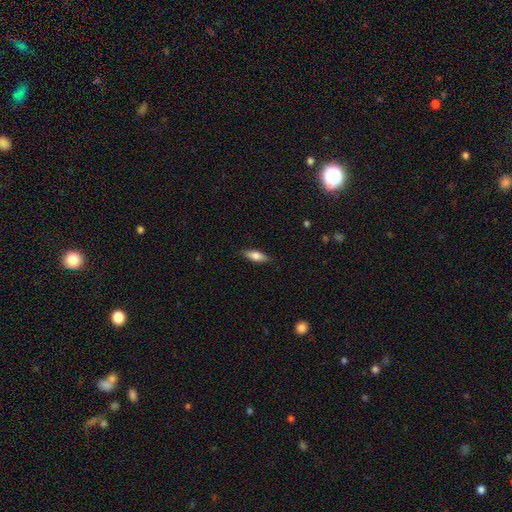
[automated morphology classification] Q: Smooth or featured?
A: smooth (69%); runner-up: featured or disk (24%)
Q: How rounded?
A: in between (57%); runner-up: cigar-shaped (40%)
Q: Merging?
A: none (85%); runner-up: minor disturbance (11%)